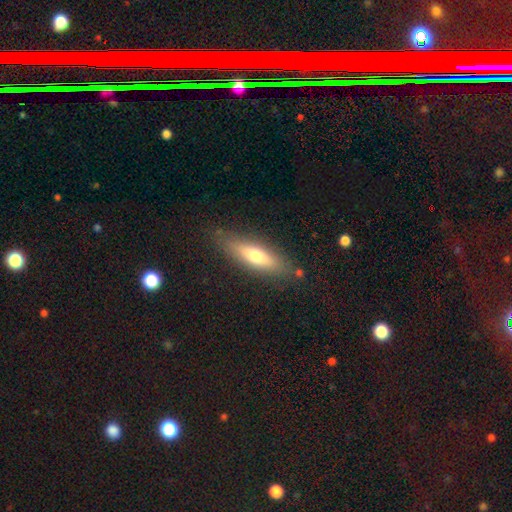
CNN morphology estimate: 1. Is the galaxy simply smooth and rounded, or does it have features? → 62% smooth, 31% featured or disk, 6% star or artifact.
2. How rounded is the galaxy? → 61% cigar-shaped, 37% in between, 2% round.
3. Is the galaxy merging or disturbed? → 82% none, 13% minor disturbance, 3% major disturbance, 2% merger.